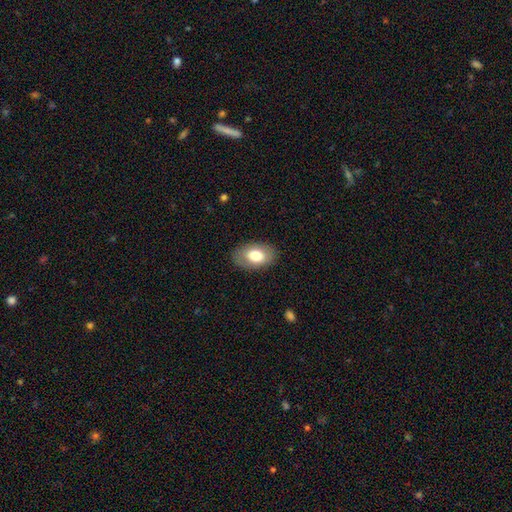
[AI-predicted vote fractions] Smooth or featured? Predicted: smooth (p=0.74). How rounded? Predicted: in between (p=0.89). Merging? Predicted: none (p=0.85).